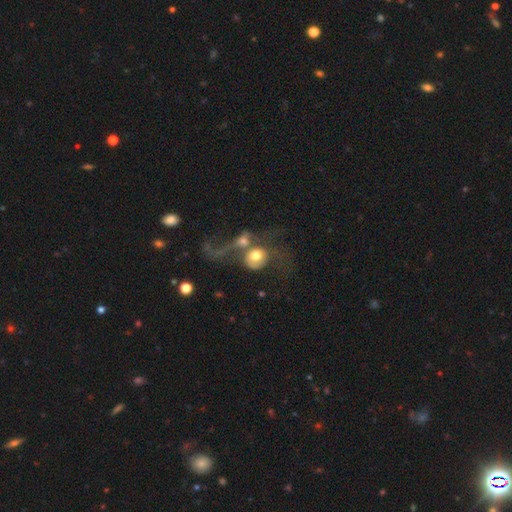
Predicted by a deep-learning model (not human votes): Smooth or featured? Predicted: smooth (p=0.52). How rounded? Predicted: round (p=0.67). Merging? Predicted: merger (p=0.65).